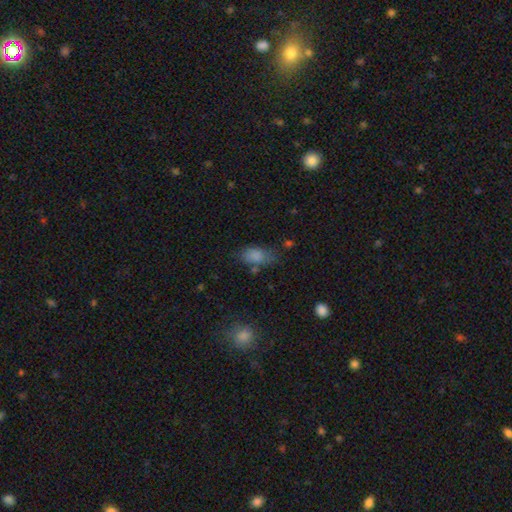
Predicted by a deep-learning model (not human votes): smooth_or_featured: smooth (p=0.81) [alt: star or artifact p=0.11]
how_rounded: in between (p=0.88) [alt: round p=0.08]
merging: none (p=0.55) [alt: minor disturbance p=0.26]